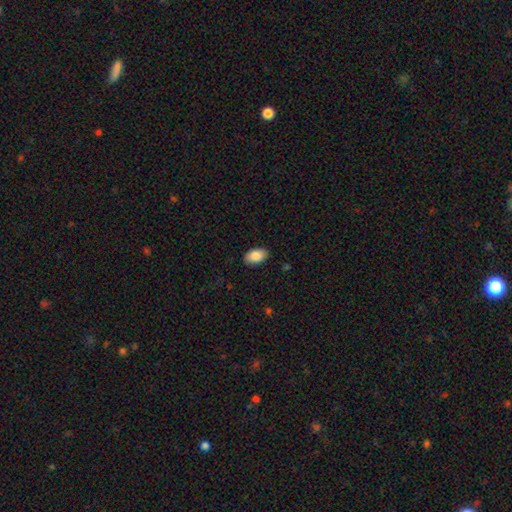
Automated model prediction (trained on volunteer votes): This appears to be a smooth galaxy with no disk features (88%) that is in between round and cigar-shaped (93%). Merging: none (88%).